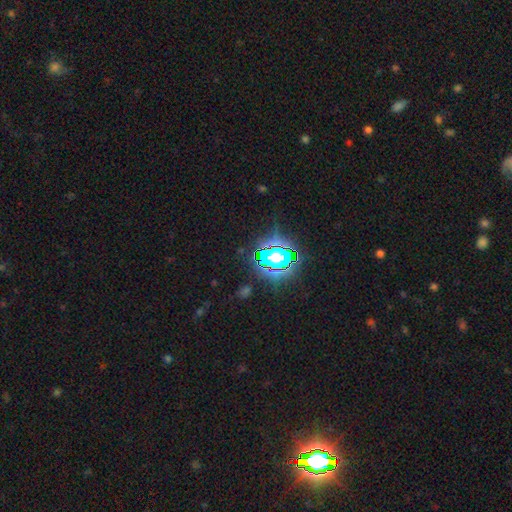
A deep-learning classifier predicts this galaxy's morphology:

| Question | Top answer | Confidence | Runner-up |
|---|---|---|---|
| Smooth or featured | star or artifact | 81% | smooth (12%) |